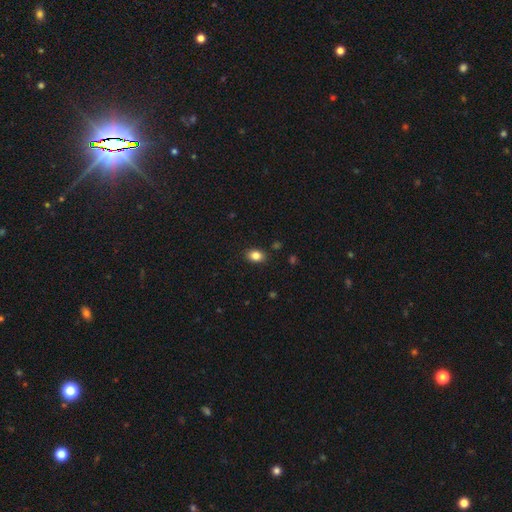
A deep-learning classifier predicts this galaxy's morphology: The model was most divided on "how rounded": in between: 74%, round: 25%, cigar-shaped: 1%. More confident: merging — none (88%); smooth or featured — smooth (85%).